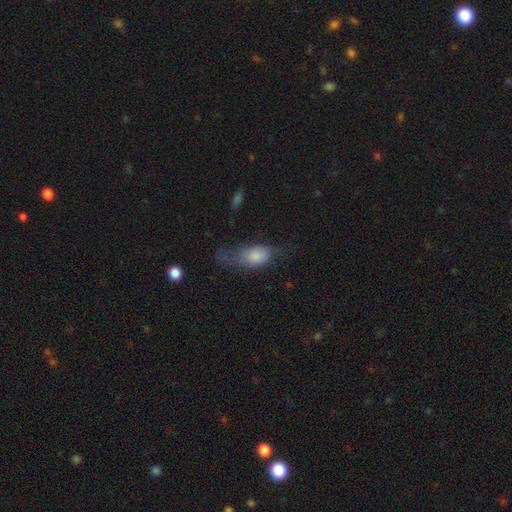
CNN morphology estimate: smooth_or_featured: smooth (p=0.64) [alt: featured or disk p=0.27]
how_rounded: in between (p=0.81) [alt: cigar-shaped p=0.10]
merging: none (p=0.36) [alt: major disturbance p=0.32]